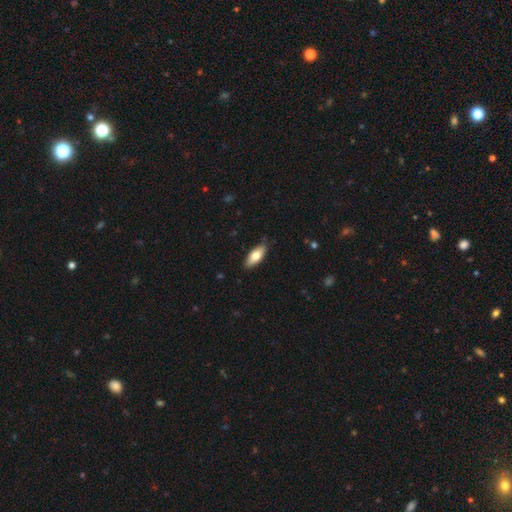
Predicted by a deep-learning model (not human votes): Morphology: type=smooth (74%); roundness=in between (81%); merging=none (84%).